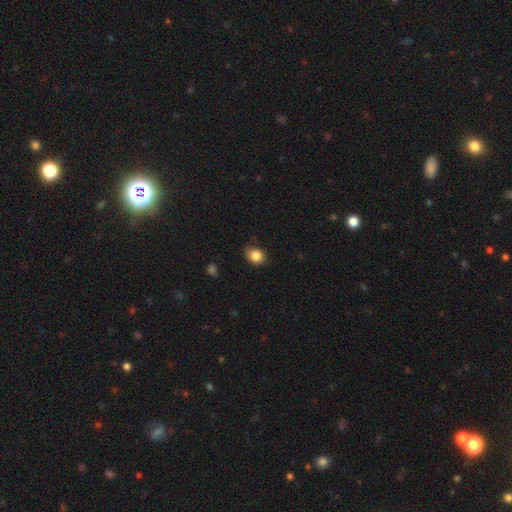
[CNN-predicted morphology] A smooth galaxy with no disk features (85%) that is round (51%).

Vote fractions:
- Smooth or featured? smooth: 85% / star or artifact: 9% / featured or disk: 6%
- How rounded? round: 51% / in between: 49% / cigar-shaped: 1%
- Merging? none: 77% / minor disturbance: 18% / major disturbance: 3% / merger: 1%